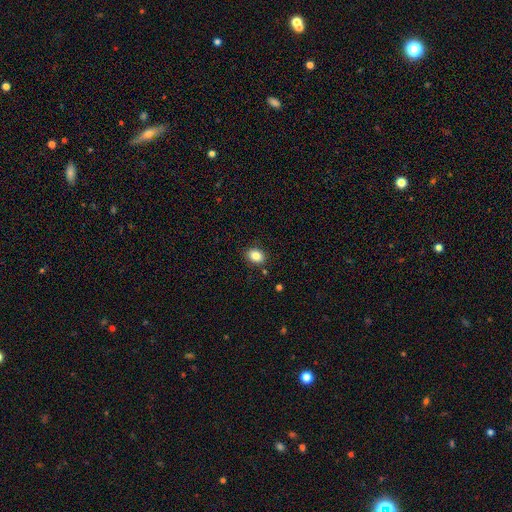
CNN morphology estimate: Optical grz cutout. It shows a smooth galaxy with no disk features (85%) that is in between round and cigar-shaped (65%). Merging: none (86%).